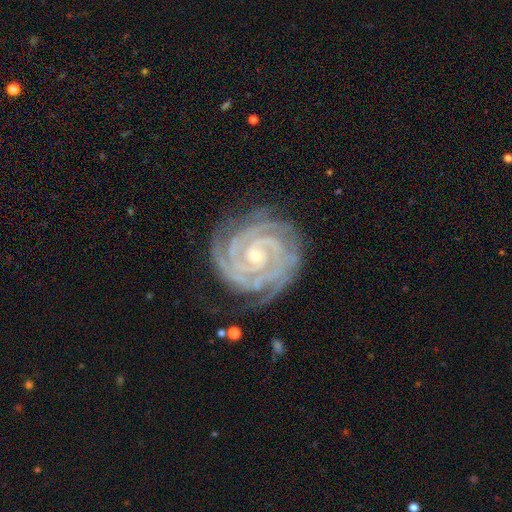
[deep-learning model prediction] The model was most divided on "spiral arm count": 3: 28%, 2: 26%, 4: 20%, can't tell: 11%, more than 4: 8%, 1: 7%. More confident: spiral arms — yes (99%); edge-on disk — no (98%); smooth or featured — featured or disk (93%); spiral winding — tight (86%); bulge size — small (79%); merging — none (77%); bar — no (65%).